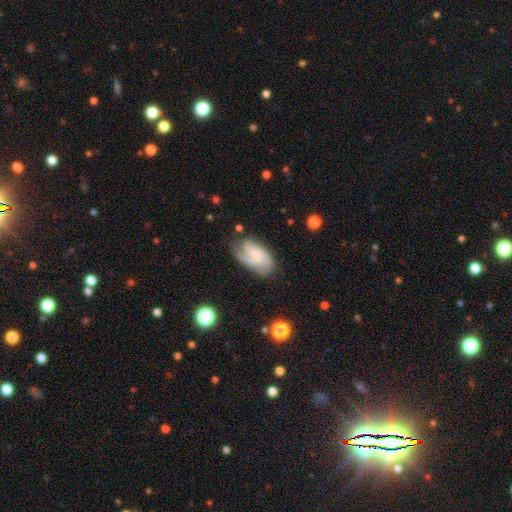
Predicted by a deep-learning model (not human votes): Smooth or featured? Predicted: featured or disk (p=0.67). Edge-on disk? Predicted: no (p=0.96). Bar? Predicted: no (p=0.63). Spiral arms? Predicted: yes (p=0.93). Spiral winding? Predicted: medium (p=0.43). Spiral arm count? Predicted: 3 (p=0.30). Bulge size? Predicted: small (p=0.48). Merging? Predicted: none (p=0.61).